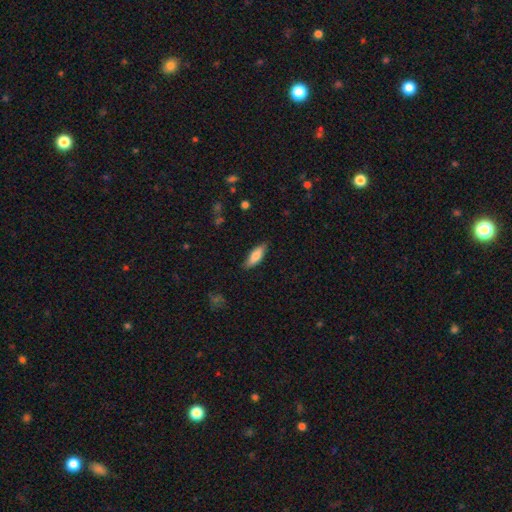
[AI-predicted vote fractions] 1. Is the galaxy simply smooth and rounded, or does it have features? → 79% smooth, 15% featured or disk, 6% star or artifact.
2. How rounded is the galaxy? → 63% in between, 35% cigar-shaped, 2% round.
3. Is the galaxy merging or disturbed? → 82% none, 15% minor disturbance, 3% major disturbance, 1% merger.